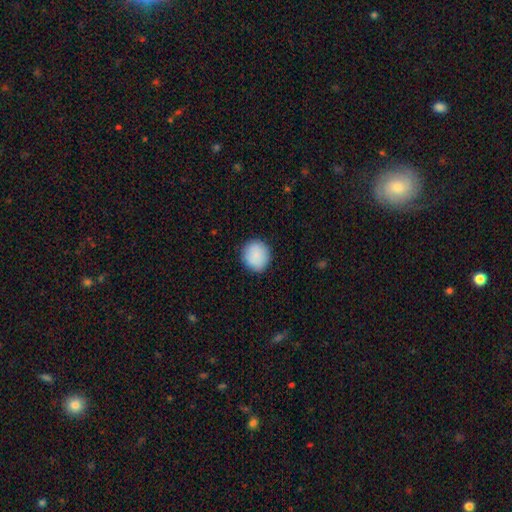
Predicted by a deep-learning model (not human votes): Overall: smooth (88%). How rounded: round (88%). Merging: none (88%).